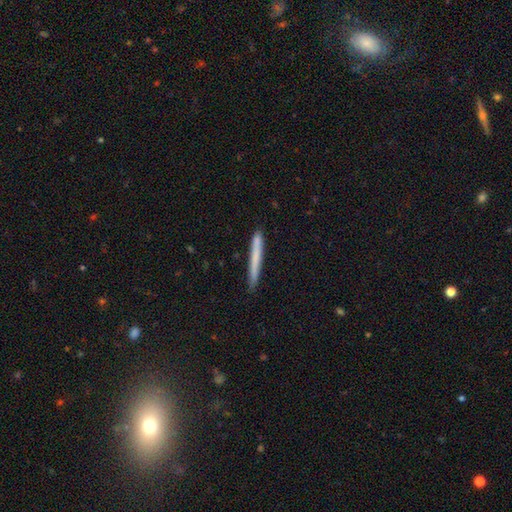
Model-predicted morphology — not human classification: A smooth galaxy with no disk features (67%) that is cigar-shaped (97%).

Vote fractions:
- Smooth or featured? smooth: 67% / featured or disk: 27% / star or artifact: 6%
- How rounded? cigar-shaped: 97% / in between: 2% / round: 1%
- Merging? none: 89% / minor disturbance: 9% / major disturbance: 1% / merger: 1%